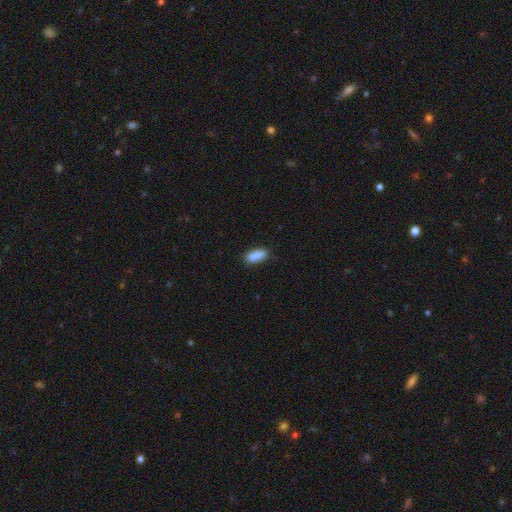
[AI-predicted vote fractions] smooth_or_featured: smooth (p=0.90) [alt: star or artifact p=0.07]
how_rounded: in between (p=0.80) [alt: cigar-shaped p=0.18]
merging: none (p=0.85) [alt: minor disturbance p=0.11]